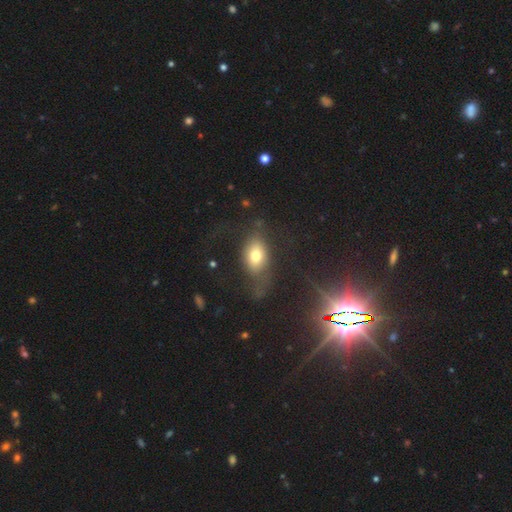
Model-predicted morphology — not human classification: Q: Smooth or featured?
A: smooth (68%); runner-up: featured or disk (21%)
Q: How rounded?
A: in between (81%); runner-up: round (15%)
Q: Merging?
A: none (46%); runner-up: major disturbance (30%)